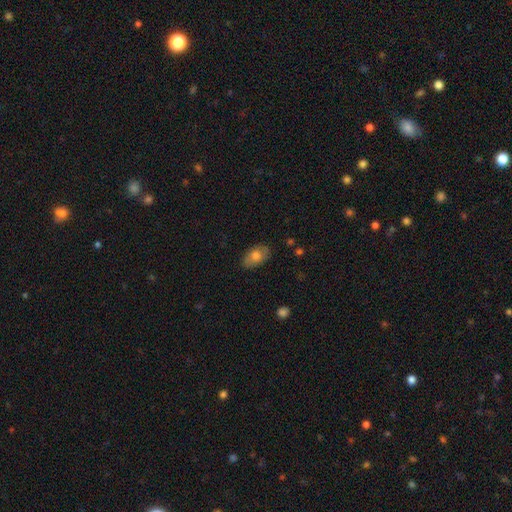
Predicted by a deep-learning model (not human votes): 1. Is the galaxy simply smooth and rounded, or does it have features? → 71% smooth, 22% featured or disk, 7% star or artifact.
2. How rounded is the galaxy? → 90% in between, 8% round, 2% cigar-shaped.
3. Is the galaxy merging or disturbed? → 80% none, 16% minor disturbance, 3% major disturbance, 1% merger.